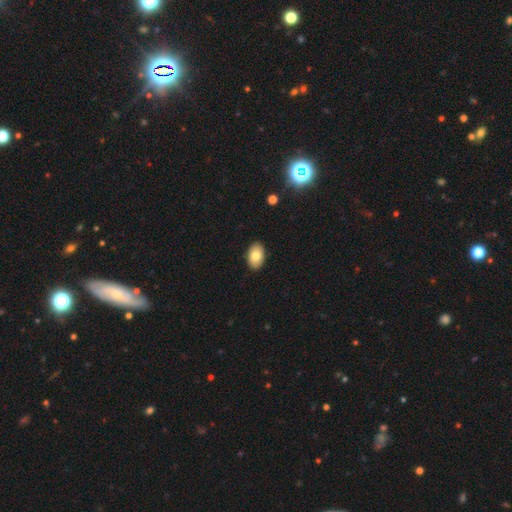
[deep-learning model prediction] smooth 80%, featured or disk 13%, star or artifact 7%. Down the decision tree: how rounded — in between (92%); merging — none (90%).